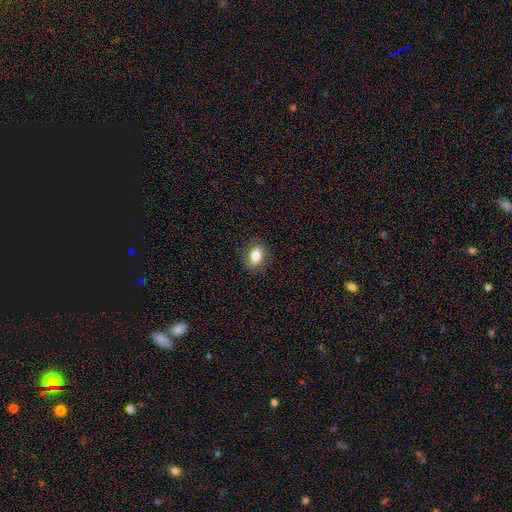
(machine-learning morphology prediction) Overall: smooth (70%). How rounded: in between (72%). Merging: none (83%).